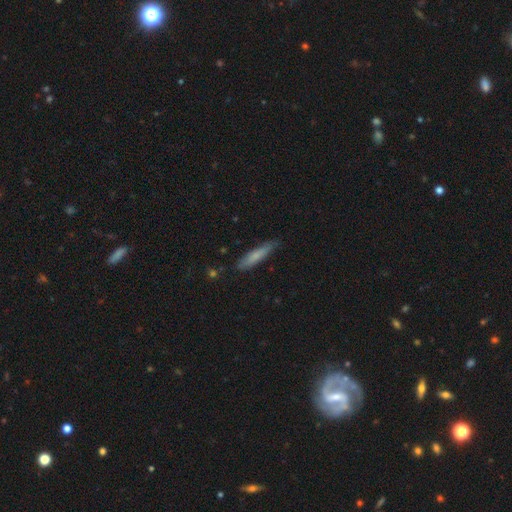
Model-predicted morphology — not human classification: Smooth or featured?
  - smooth: 71% *
  - featured or disk: 23%
  - star or artifact: 6%
How rounded?
  - cigar-shaped: 85% *
  - in between: 13%
  - round: 1%
Merging?
  - none: 79% *
  - minor disturbance: 17%
  - major disturbance: 3%
  - merger: 2%